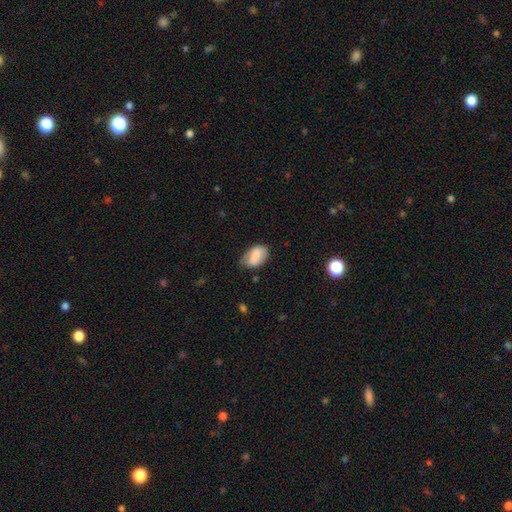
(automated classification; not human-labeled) Morphology: type=smooth (80%); roundness=in between (91%); merging=none (59%).